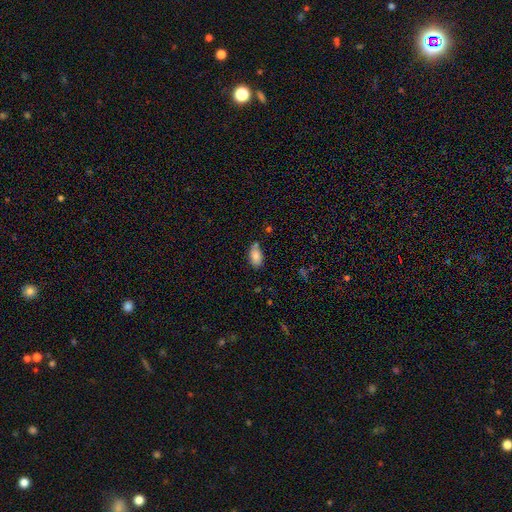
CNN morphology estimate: The model was most divided on "merging": none: 68%, minor disturbance: 21%, merger: 7%, major disturbance: 4%. More confident: how rounded — in between (92%); smooth or featured — smooth (85%).